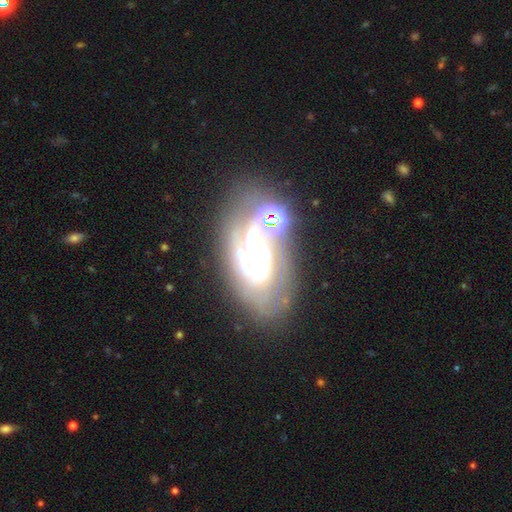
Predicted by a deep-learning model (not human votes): This appears to be a featured or disk galaxy (78%) with no bar (54%), 2 (37%) tight (57%) spiral arms (86%) and a small central bulge (67%). Merging: none (58%).